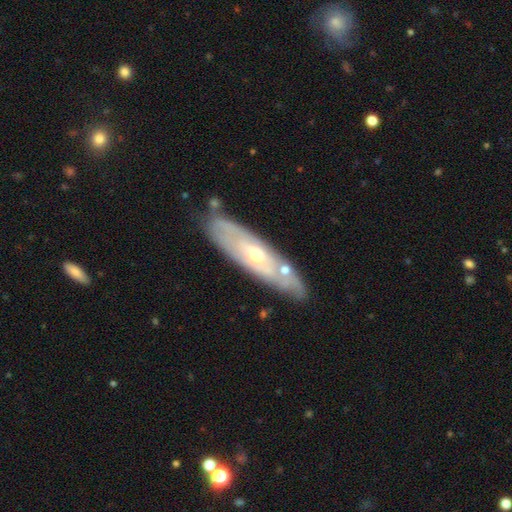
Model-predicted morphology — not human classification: smooth_or_featured: featured or disk (p=0.73) [alt: smooth p=0.21]
disk_edge_on: no (p=0.68) [alt: yes p=0.32]
bar: no (p=0.78) [alt: weak p=0.18]
has_spiral_arms: yes (p=0.63) [alt: no p=0.37]
bulge_size: small (p=0.48) [tied with: moderate p=0.48]
merging: none (p=0.79) [alt: minor disturbance p=0.14]